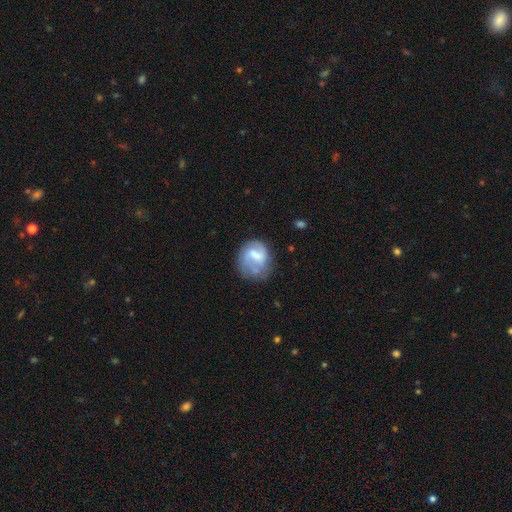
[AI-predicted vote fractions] The model was most divided on "smooth or featured": featured or disk: 49%, smooth: 43%, star or artifact: 8%. Remaining: merging — none (50%).